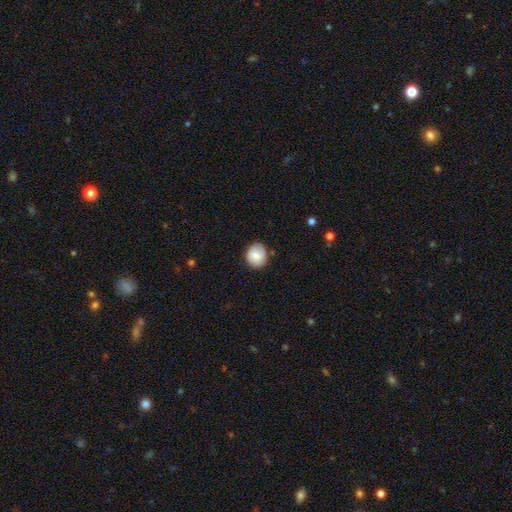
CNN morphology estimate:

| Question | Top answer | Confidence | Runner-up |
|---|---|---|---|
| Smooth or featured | smooth | 55% | featured or disk (37%) |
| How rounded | round | 77% | in between (22%) |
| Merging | none | 76% | minor disturbance (18%) |